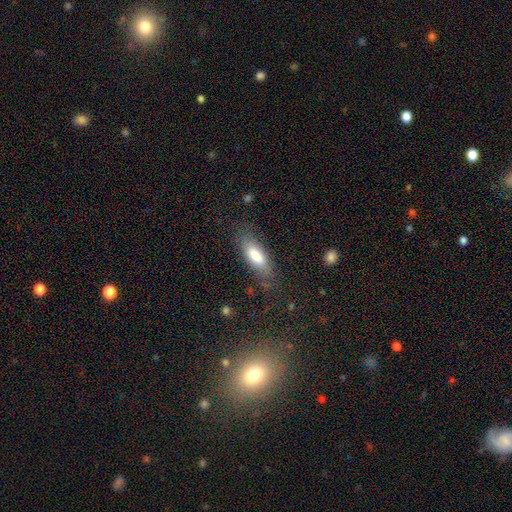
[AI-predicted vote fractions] smooth_or_featured: smooth (p=0.78) [alt: featured or disk p=0.15]
how_rounded: in between (p=0.68) [alt: cigar-shaped p=0.30]
merging: none (p=0.74) [alt: minor disturbance p=0.18]